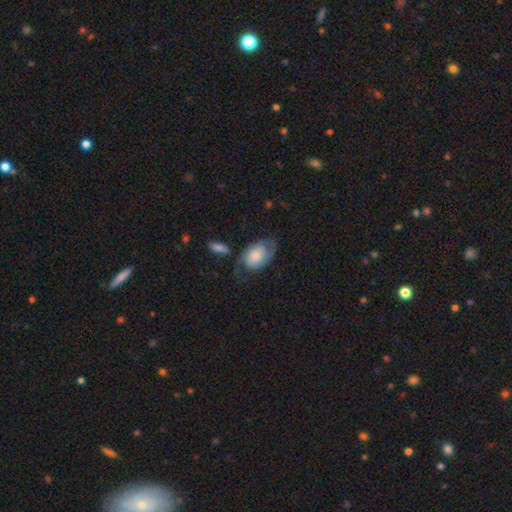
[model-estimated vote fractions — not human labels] Q: Smooth or featured?
A: smooth (57%); runner-up: featured or disk (37%)
Q: How rounded?
A: in between (89%); runner-up: round (9%)
Q: Merging?
A: none (36%); runner-up: minor disturbance (29%)